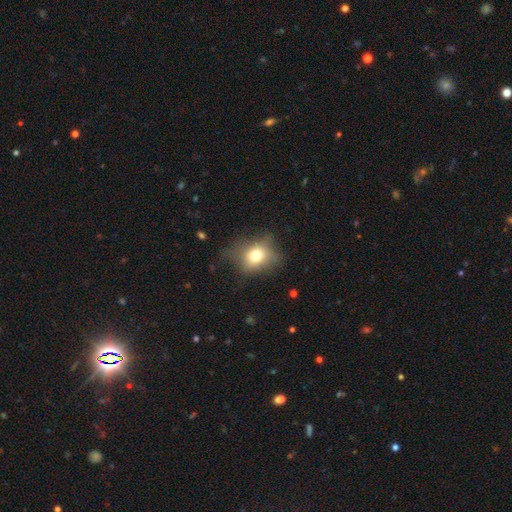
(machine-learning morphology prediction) type=smooth (69%); roundness=round (55%); merging=none (59%).